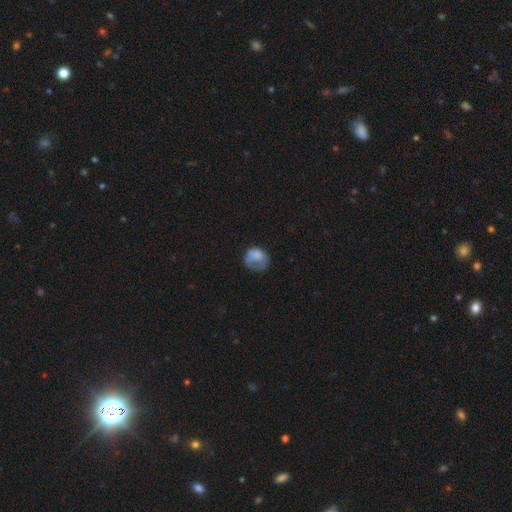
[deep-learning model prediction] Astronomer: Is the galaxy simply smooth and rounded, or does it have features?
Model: smooth — 69%.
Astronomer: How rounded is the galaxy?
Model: round — 62%.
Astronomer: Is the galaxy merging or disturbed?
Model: none — 36% (runner-up: major disturbance, 32%).